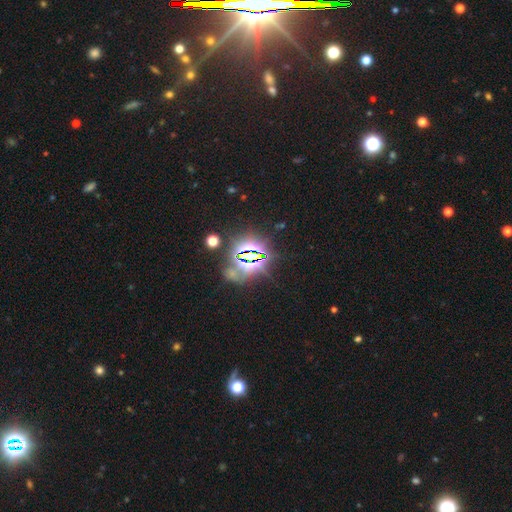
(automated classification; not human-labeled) smooth-or-featured: star or artifact: 81% | smooth: 11% | featured or disk: 8%